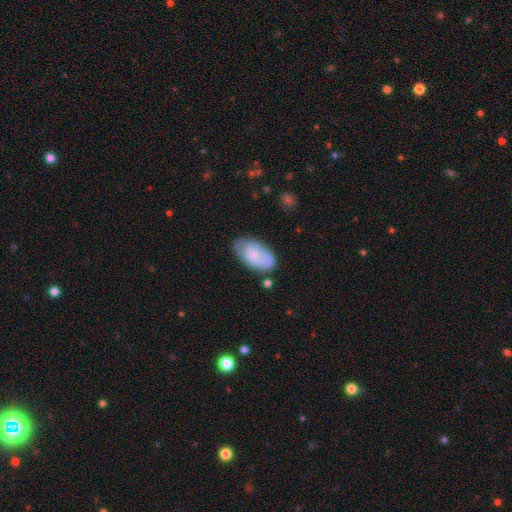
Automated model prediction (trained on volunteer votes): Smooth or featured?
  - smooth: 62% *
  - featured or disk: 31%
  - star or artifact: 6%
How rounded?
  - in between: 94% *
  - round: 4%
  - cigar-shaped: 2%
Merging?
  - none: 61% *
  - minor disturbance: 28%
  - major disturbance: 7%
  - merger: 4%